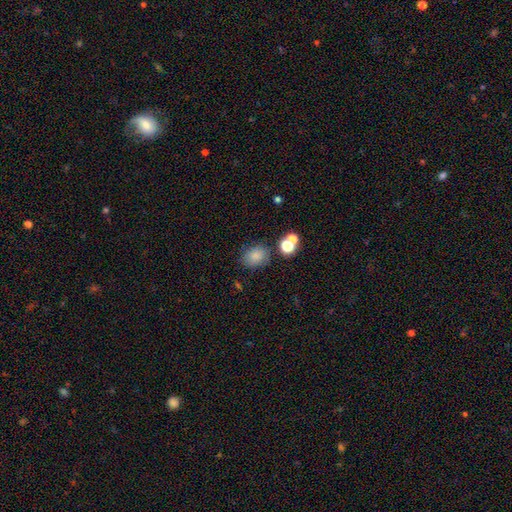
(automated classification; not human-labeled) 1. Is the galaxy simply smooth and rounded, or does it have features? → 78% smooth, 13% star or artifact, 9% featured or disk.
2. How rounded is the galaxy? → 50% round, 49% in between, 1% cigar-shaped.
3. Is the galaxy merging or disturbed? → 70% none, 15% minor disturbance, 9% merger, 5% major disturbance.